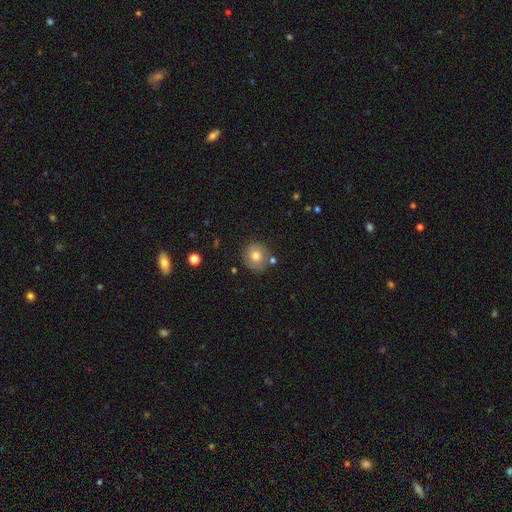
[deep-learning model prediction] This appears to be a smooth galaxy with no disk features (75%) that is round (86%). Merging: none (77%).